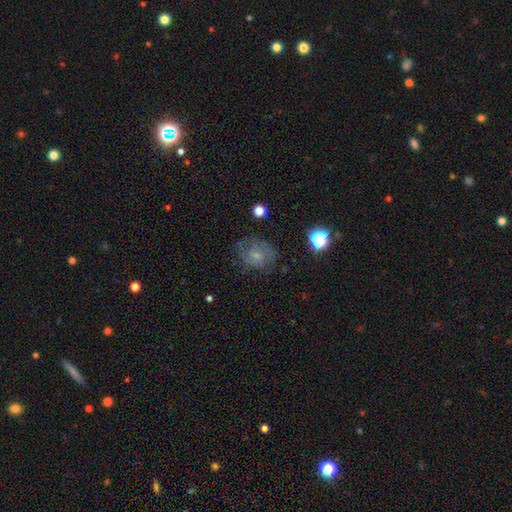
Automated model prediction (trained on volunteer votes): The model was most divided on "smooth or featured": featured or disk: 45%, smooth: 41%, star or artifact: 14%. More confident: merging — none (64%).